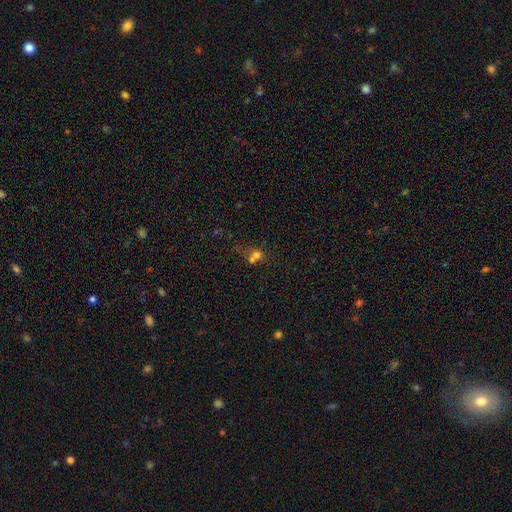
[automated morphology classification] Q: Smooth or featured?
A: smooth (64%); runner-up: star or artifact (19%)
Q: How rounded?
A: round (77%); runner-up: in between (22%)
Q: Merging?
A: merger (57%); runner-up: none (31%)